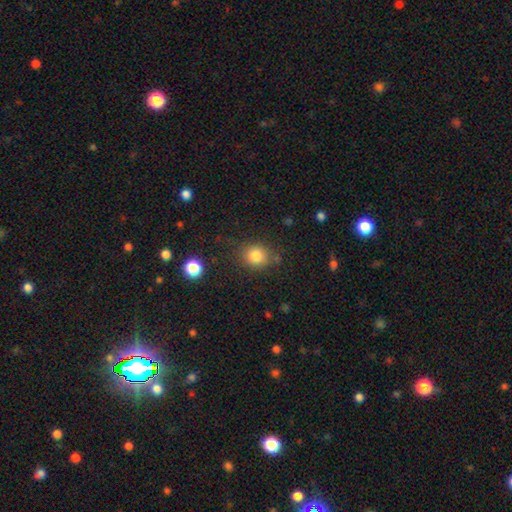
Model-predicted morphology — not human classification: Smooth or featured? smooth (82%)
How rounded? round (76%)
Merging? none (78%)